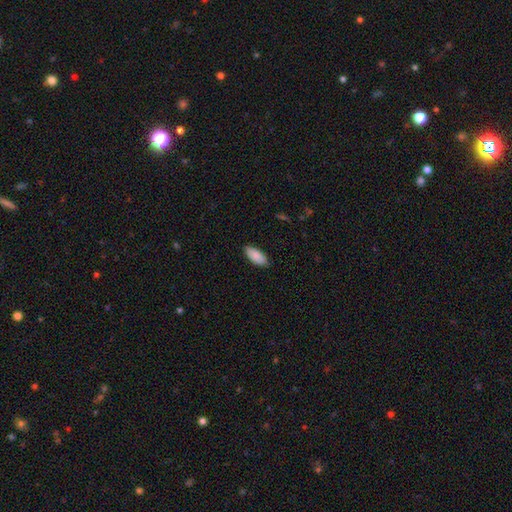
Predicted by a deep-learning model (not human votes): Overall: smooth (89%). How rounded: in between (87%). Merging: none (87%).